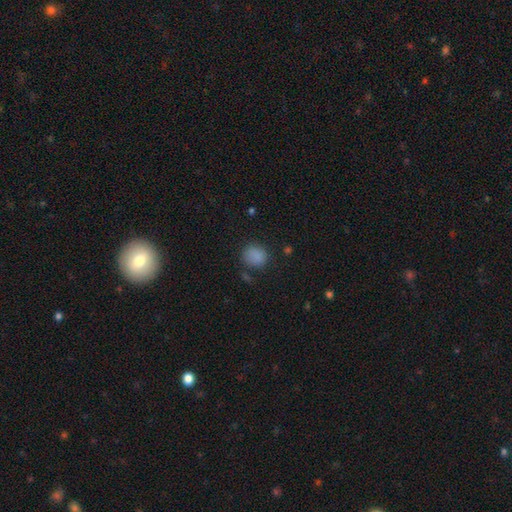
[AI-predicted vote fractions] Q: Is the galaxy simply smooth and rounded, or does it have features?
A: smooth — 84%.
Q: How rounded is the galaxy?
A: round — 77%.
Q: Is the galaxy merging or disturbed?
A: none — 76%.